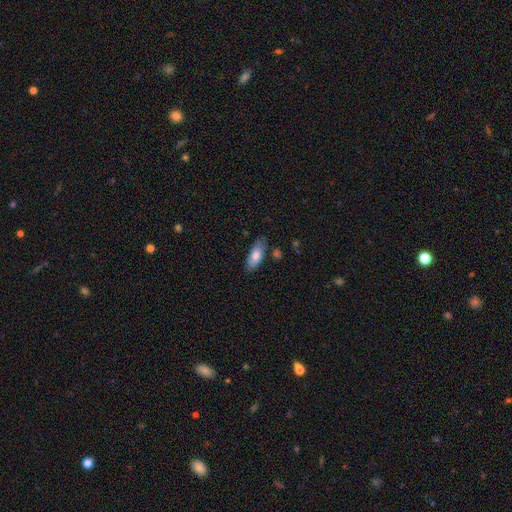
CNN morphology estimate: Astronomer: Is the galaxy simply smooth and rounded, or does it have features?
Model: smooth — 77%.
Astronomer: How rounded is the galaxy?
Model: in between — 81%.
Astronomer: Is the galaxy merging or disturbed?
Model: none — 76%.